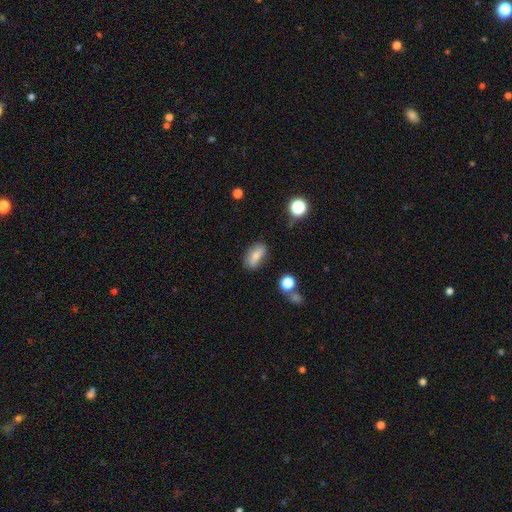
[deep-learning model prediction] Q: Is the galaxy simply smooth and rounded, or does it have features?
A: smooth — 72%.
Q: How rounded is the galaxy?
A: in between — 82%.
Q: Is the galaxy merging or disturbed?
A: none — 77%.